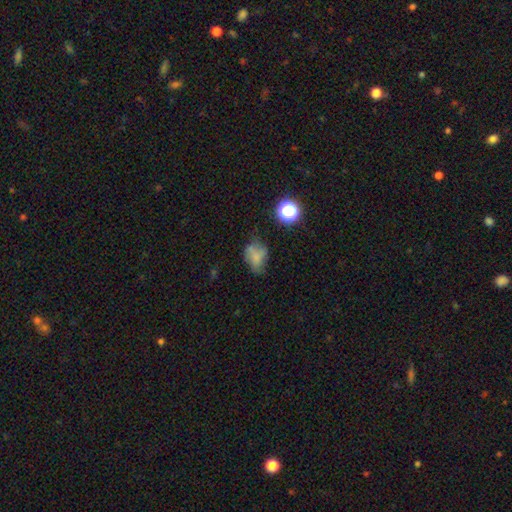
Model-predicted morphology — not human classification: This appears to be a smooth galaxy with no disk features (62%) that is in between round and cigar-shaped (70%). Merging: none (44%).